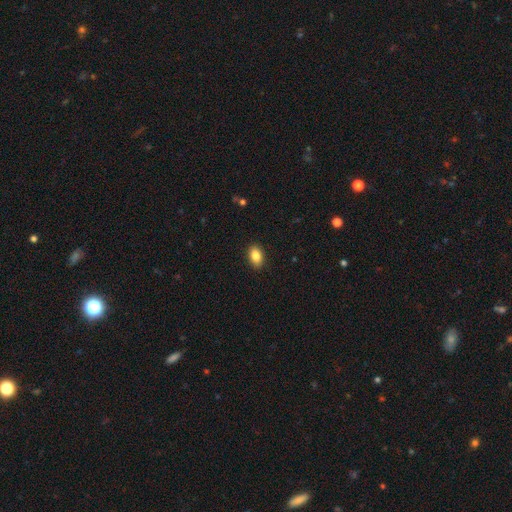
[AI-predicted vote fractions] A smooth galaxy with no disk features (86%) that is in between round and cigar-shaped (88%).

Vote fractions:
- Smooth or featured? smooth: 86% / star or artifact: 8% / featured or disk: 6%
- How rounded? in between: 88% / round: 11% / cigar-shaped: 2%
- Merging? none: 90% / minor disturbance: 8% / major disturbance: 2% / merger: 1%